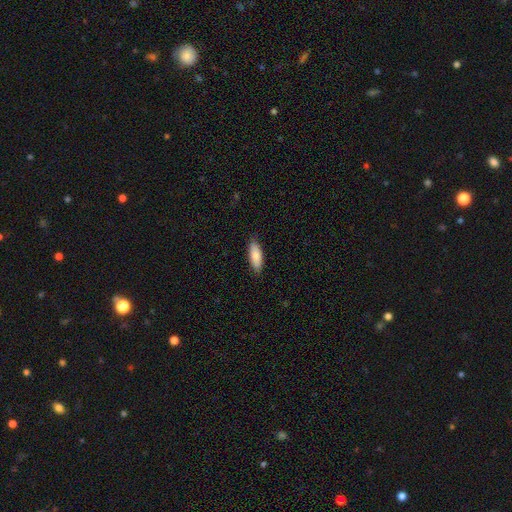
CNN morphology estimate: Smooth or featured: smooth — 84% (featured or disk — 10%)
How rounded: in between — 58% (cigar-shaped — 40%)
Merging: none — 87% (minor disturbance — 11%)